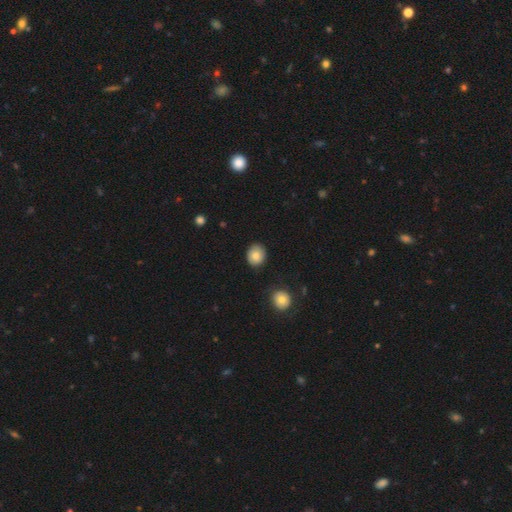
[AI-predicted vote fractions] A smooth galaxy with no disk features (80%) that is round (71%). Merging: none (83%).